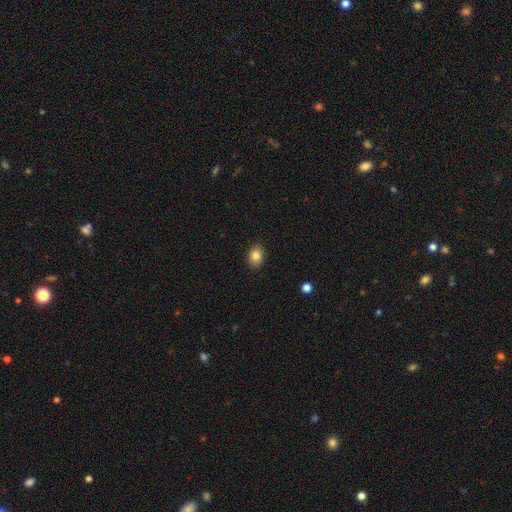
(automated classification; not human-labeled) smooth-or-featured: smooth: 84% | star or artifact: 9% | featured or disk: 7%
  how-rounded: in between: 73% | round: 26% | cigar-shaped: 1%
  merging: none: 89% | minor disturbance: 8% | major disturbance: 2% | merger: 1%